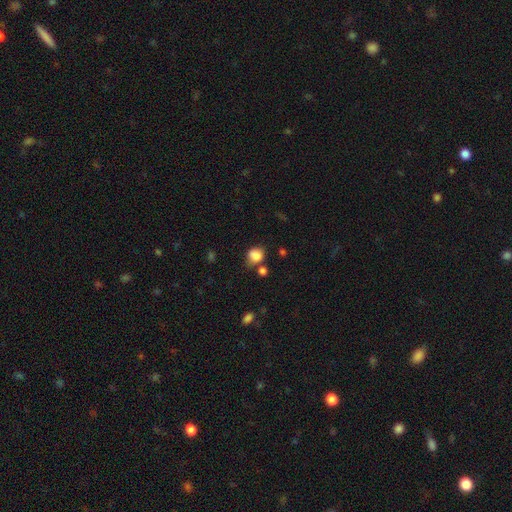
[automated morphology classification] type=smooth (83%); roundness=round (61%); merging=none (52%).